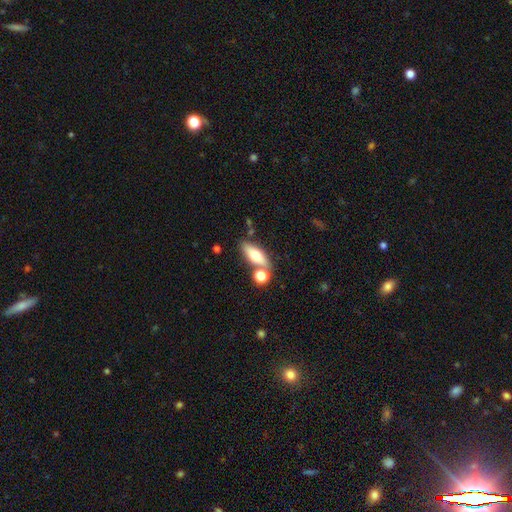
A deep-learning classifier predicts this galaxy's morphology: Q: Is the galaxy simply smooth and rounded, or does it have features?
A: smooth — 62%.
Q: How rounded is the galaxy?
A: in between — 63%.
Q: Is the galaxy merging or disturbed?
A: none — 68%.